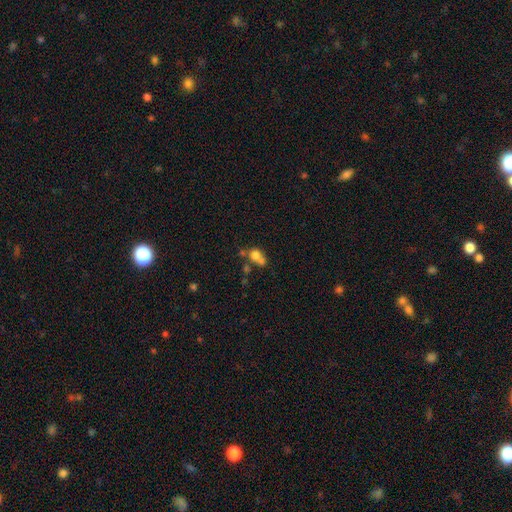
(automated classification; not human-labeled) smooth_or_featured: smooth (p=0.69) [alt: featured or disk p=0.18]
how_rounded: round (p=0.61) [alt: in between p=0.37]
merging: merger (p=0.51) [alt: none p=0.30]